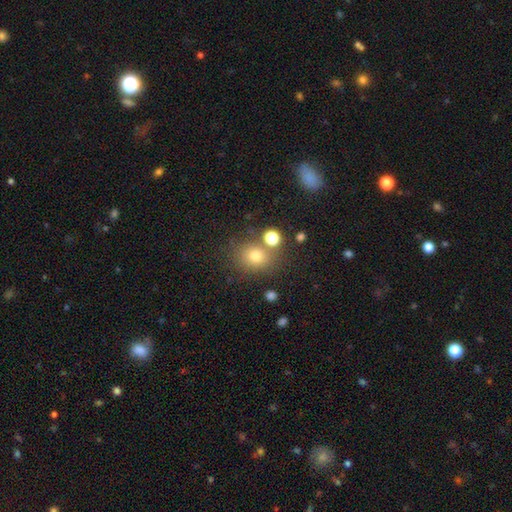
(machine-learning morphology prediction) This is likely a smooth galaxy (75%). How rounded: likely round (69%). Merging: likely none (69%).